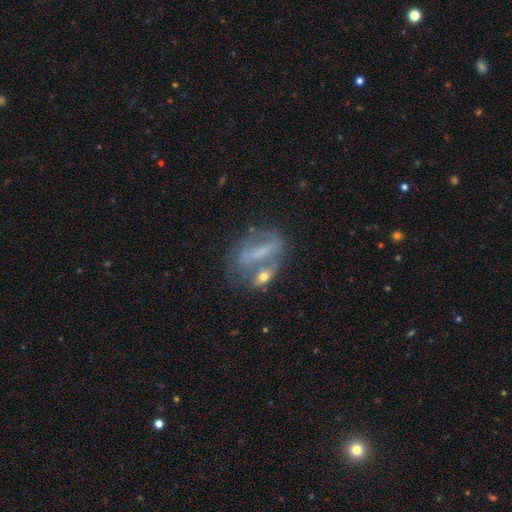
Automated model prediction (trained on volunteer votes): Smooth or featured? Predicted: featured or disk (p=0.58). Edge-on disk? Predicted: no (p=0.74). Merging? Predicted: none (p=0.55).